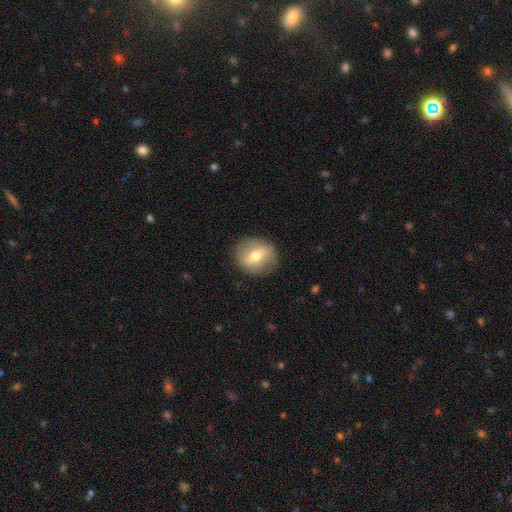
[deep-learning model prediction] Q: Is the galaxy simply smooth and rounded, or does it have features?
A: smooth — 49%.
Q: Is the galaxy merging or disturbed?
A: none — 85%.